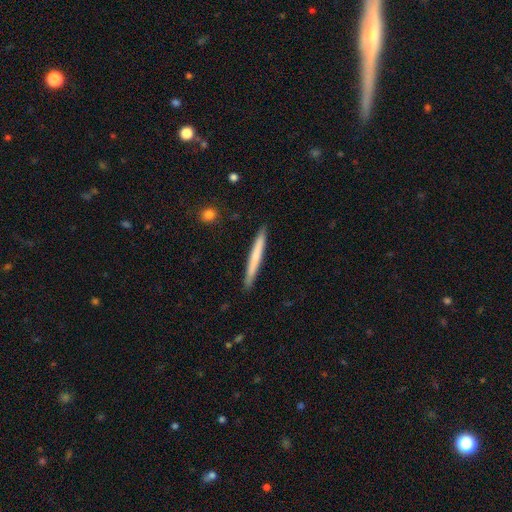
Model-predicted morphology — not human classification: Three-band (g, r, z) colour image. It shows a smooth galaxy with no disk features (65%) that is cigar-shaped (97%). Merging: none (91%).